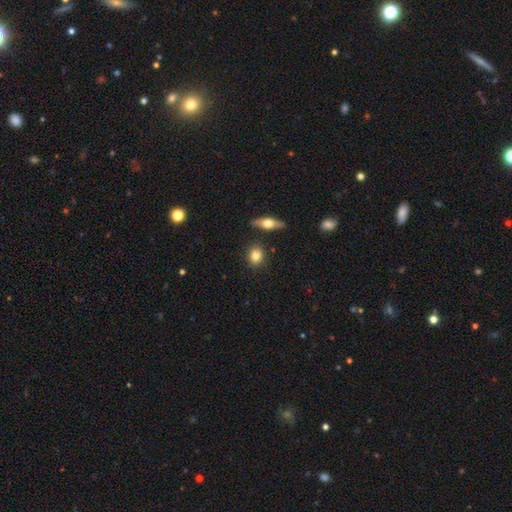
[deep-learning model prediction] Q: Smooth or featured?
A: smooth (80%); runner-up: featured or disk (12%)
Q: How rounded?
A: round (67%); runner-up: in between (30%)
Q: Merging?
A: none (86%); runner-up: minor disturbance (8%)